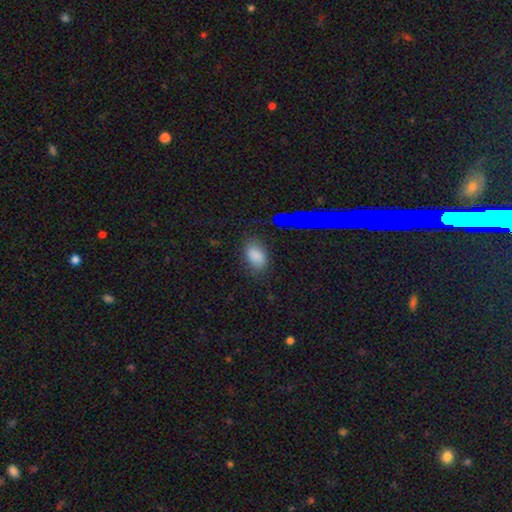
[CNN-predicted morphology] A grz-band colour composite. It shows a smooth galaxy with no disk features (79%) that is in between round and cigar-shaped (88%). Merging: none (79%).